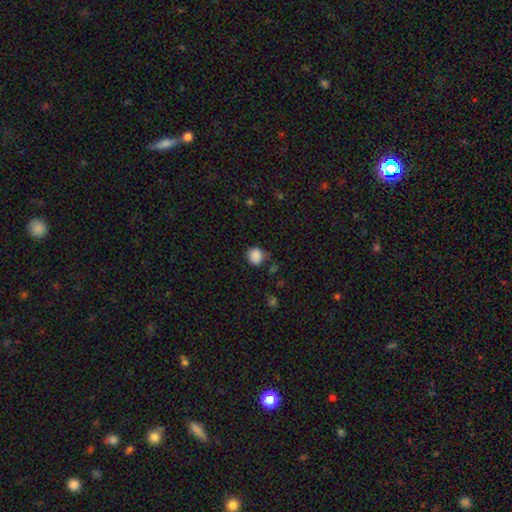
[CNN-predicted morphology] type=smooth (87%); roundness=round (83%); merging=none (75%).